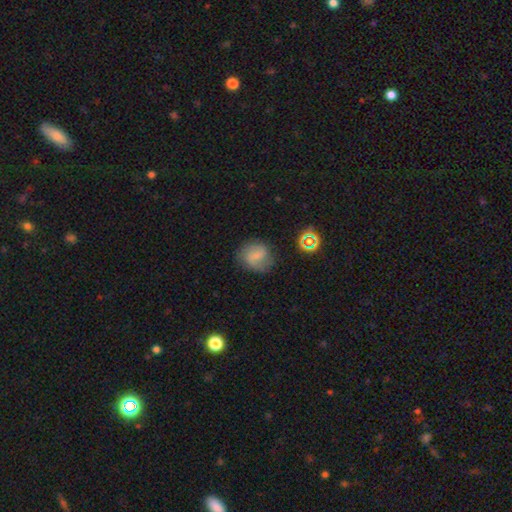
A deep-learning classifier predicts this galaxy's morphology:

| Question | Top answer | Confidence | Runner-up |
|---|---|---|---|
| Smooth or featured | smooth | 54% | featured or disk (34%) |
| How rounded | round | 66% | in between (33%) |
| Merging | none | 66% | minor disturbance (22%) |